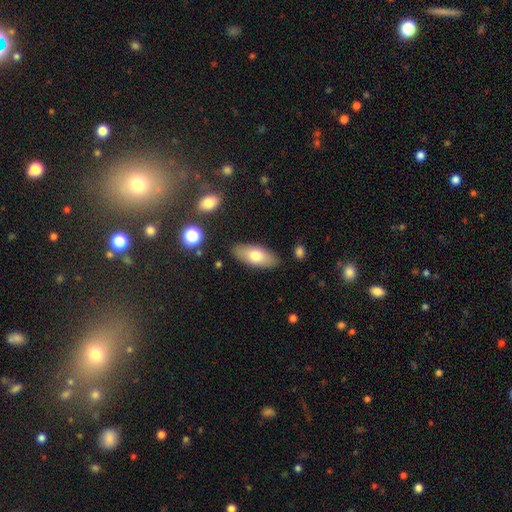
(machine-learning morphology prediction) Q: Smooth or featured?
A: smooth (71%); runner-up: featured or disk (23%)
Q: How rounded?
A: in between (84%); runner-up: cigar-shaped (13%)
Q: Merging?
A: none (86%); runner-up: minor disturbance (10%)